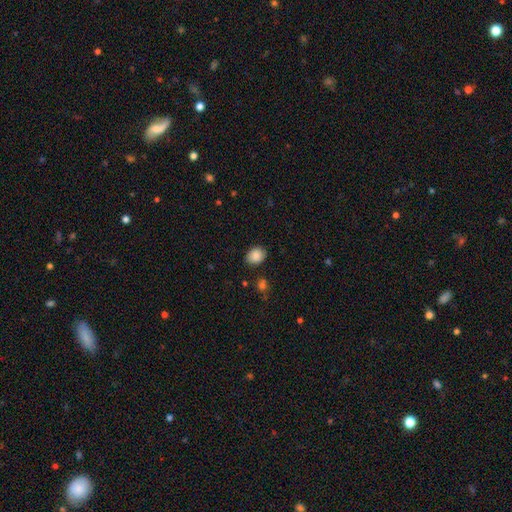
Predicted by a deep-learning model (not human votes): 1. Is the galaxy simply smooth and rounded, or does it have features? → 87% smooth, 8% star or artifact, 5% featured or disk.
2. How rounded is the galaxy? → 52% round, 47% in between, 1% cigar-shaped.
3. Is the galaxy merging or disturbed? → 86% none, 10% minor disturbance, 2% major disturbance, 2% merger.